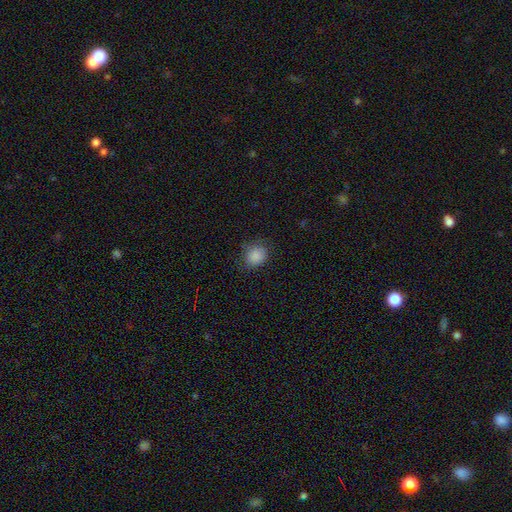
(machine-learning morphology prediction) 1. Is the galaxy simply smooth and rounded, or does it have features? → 86% smooth, 10% star or artifact, 4% featured or disk.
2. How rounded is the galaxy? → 71% round, 28% in between, 1% cigar-shaped.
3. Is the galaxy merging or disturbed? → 79% none, 15% minor disturbance, 4% major disturbance, 1% merger.